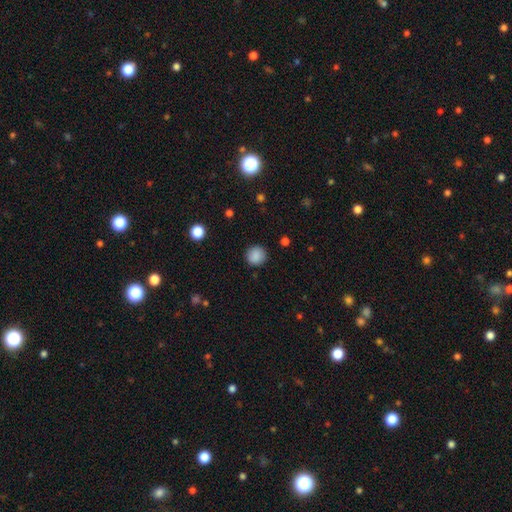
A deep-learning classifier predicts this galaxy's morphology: Smooth or featured? smooth (88%)
How rounded? round (92%)
Merging? none (90%)